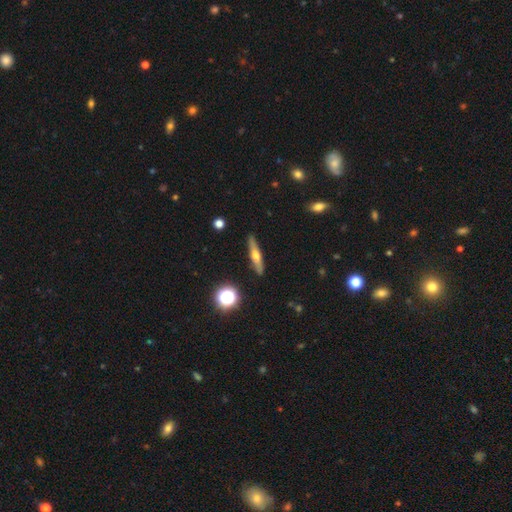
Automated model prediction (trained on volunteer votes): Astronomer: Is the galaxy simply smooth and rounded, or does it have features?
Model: featured or disk — 54% (runner-up: smooth, 37%).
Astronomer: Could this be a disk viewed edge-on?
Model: yes — 94%.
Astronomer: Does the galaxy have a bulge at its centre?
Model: rounded — 88%.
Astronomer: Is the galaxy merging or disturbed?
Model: none — 89%.